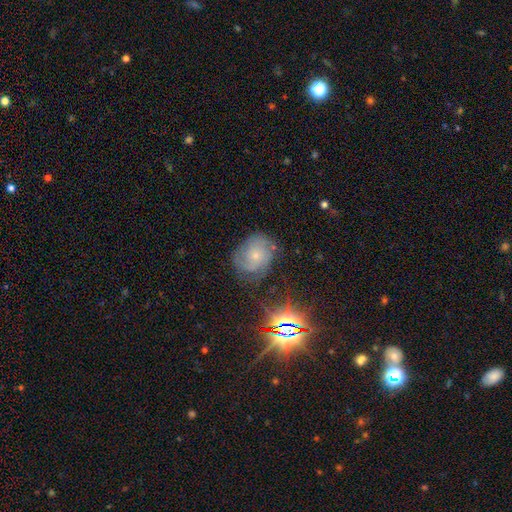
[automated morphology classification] Smooth or featured: featured or disk — 67% (smooth — 20%)
Edge-on disk: no — 97% (yes — 3%)
Bar: no — 79% (weak — 18%)
Spiral arms: yes — 92% (no — 8%)
Spiral winding: tight — 53% (medium — 37%)
Spiral arm count: 3 — 30% (can't tell — 28%)
Bulge size: small — 75% (moderate — 19%)
Merging: none — 68% (minor disturbance — 21%)